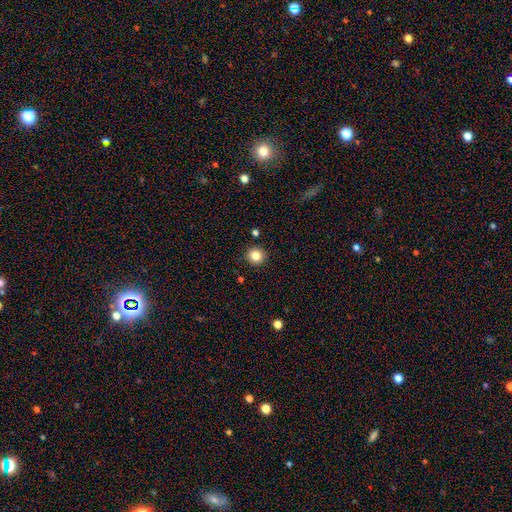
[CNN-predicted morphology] type=smooth (84%); roundness=round (93%); merging=none (91%).